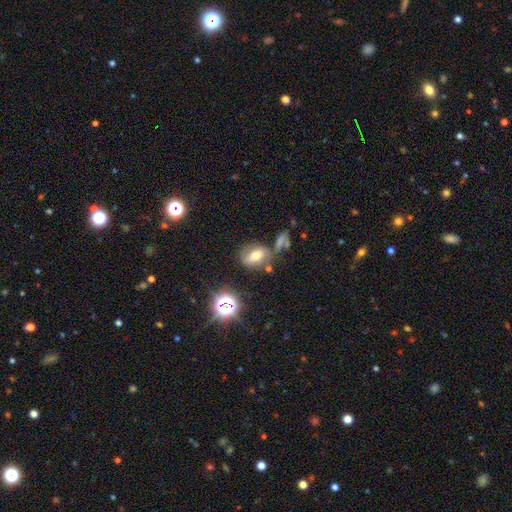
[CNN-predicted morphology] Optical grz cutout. It shows a smooth galaxy with no disk features (55%) that is in between round and cigar-shaped (69%). Merging: none (58%).